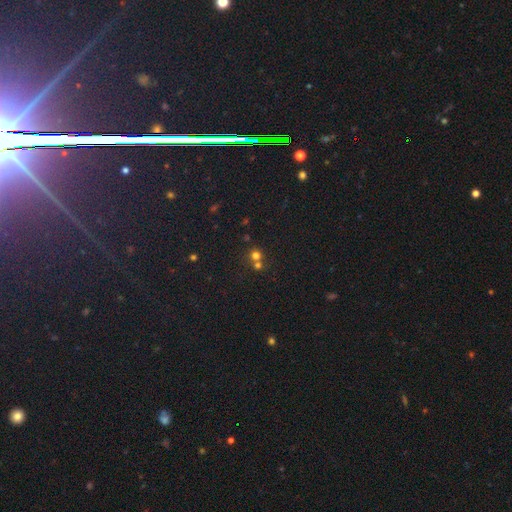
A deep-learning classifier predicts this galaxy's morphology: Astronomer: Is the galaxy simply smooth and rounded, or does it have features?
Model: smooth — 67%.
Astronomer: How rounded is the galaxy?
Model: round — 88%.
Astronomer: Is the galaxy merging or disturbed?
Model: none — 52% (runner-up: merger, 40%).